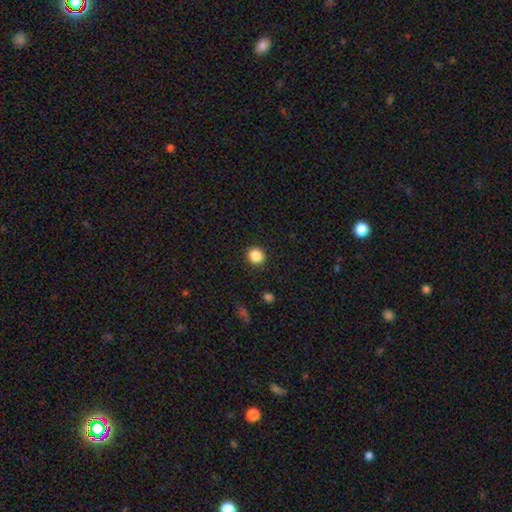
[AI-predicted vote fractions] smooth_or_featured: smooth (p=0.86) [alt: star or artifact p=0.11]
how_rounded: round (p=0.88) [alt: in between p=0.11]
merging: none (p=0.92) [alt: minor disturbance p=0.05]